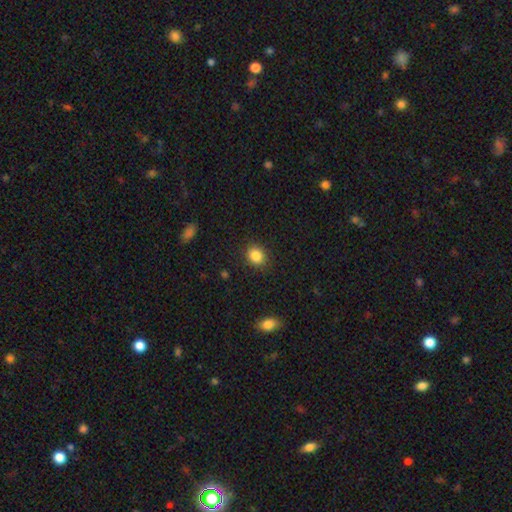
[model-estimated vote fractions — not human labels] A smooth galaxy with no disk features (86%) that is round (63%). Merging: none (89%).